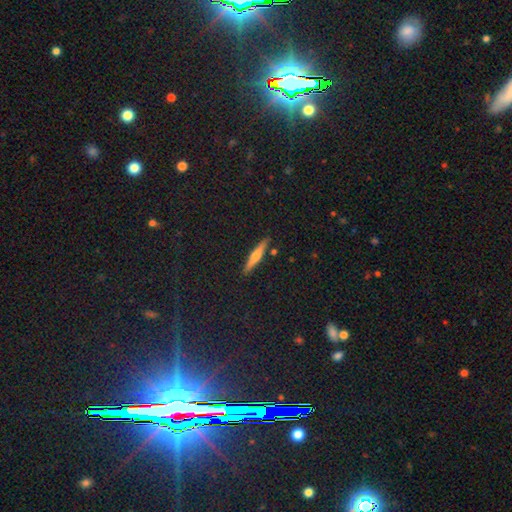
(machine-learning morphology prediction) smooth 47%, featured or disk 44%, star or artifact 9%. Down the decision tree: merging — none (89%).